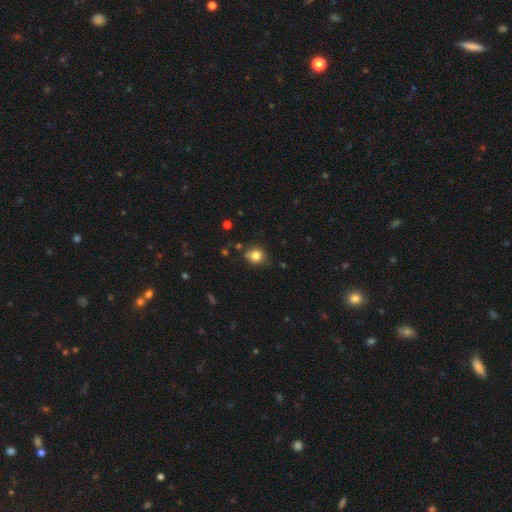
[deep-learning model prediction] smooth 81%, star or artifact 11%, featured or disk 7%. Down the decision tree: how rounded — round (76%); merging — none (74%).